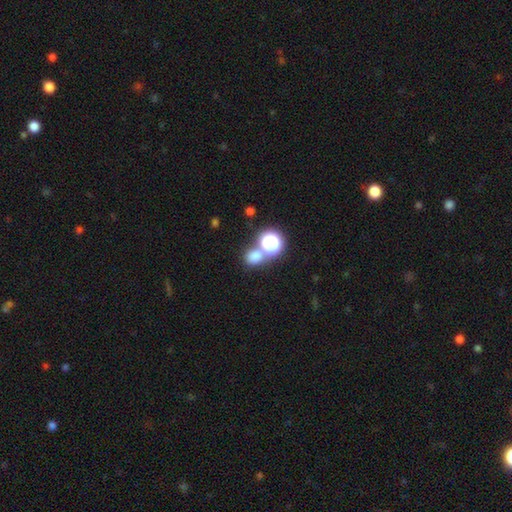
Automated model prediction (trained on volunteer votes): Smooth or featured: smooth — 70% (star or artifact — 23%)
How rounded: round — 68% (in between — 31%)
Merging: none — 58% (merger — 30%)